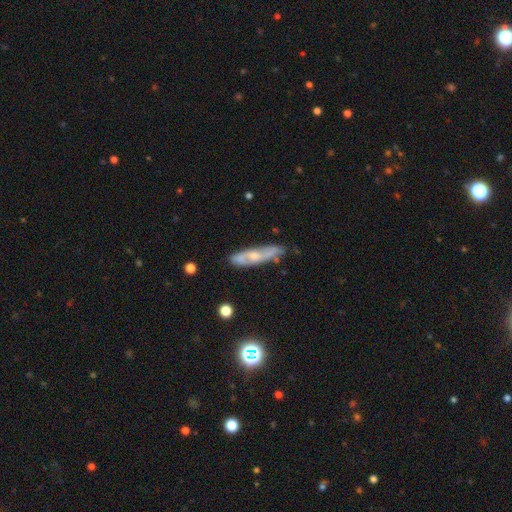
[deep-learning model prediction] smooth-or-featured: featured or disk: 55% | smooth: 38% | star or artifact: 7%
  disk-edge-on: no: 58% | yes: 42%
  merging: none: 72% | minor disturbance: 20% | major disturbance: 4% | merger: 4%